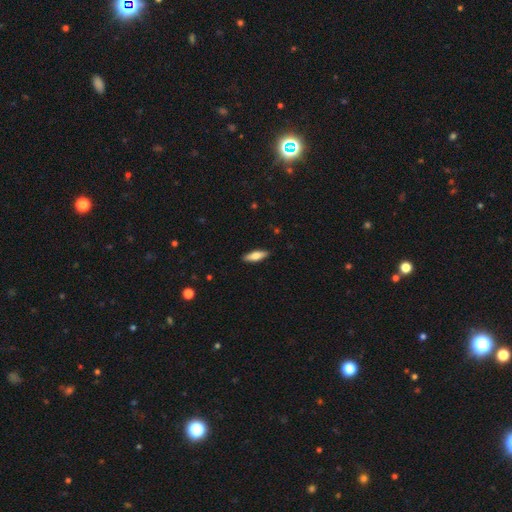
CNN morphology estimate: smooth_or_featured: smooth (p=0.66) [alt: featured or disk p=0.28]
how_rounded: in between (p=0.51) [alt: cigar-shaped p=0.47]
merging: none (p=0.89) [alt: minor disturbance p=0.08]